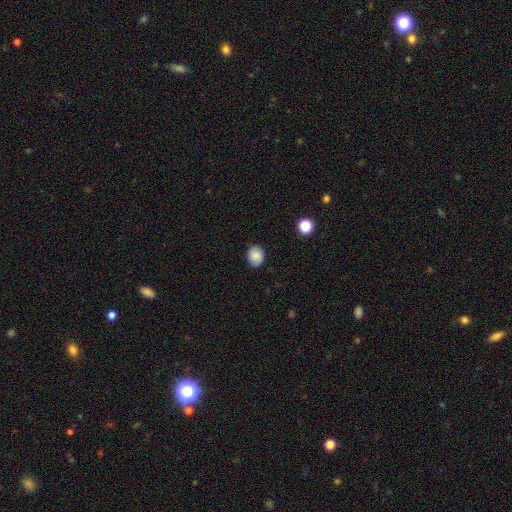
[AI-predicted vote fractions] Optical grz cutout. It shows a smooth galaxy with no disk features (86%) that is round (54%). Merging: none (85%).